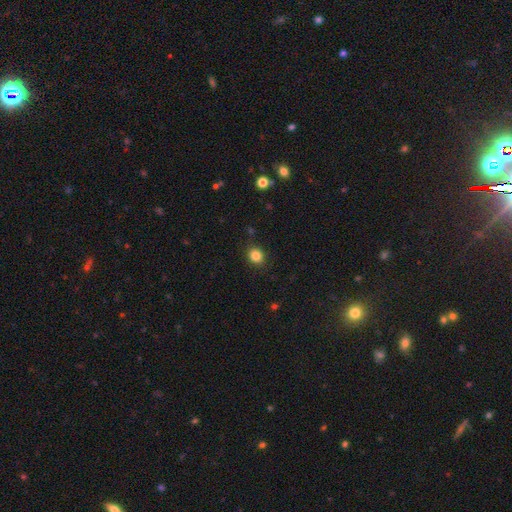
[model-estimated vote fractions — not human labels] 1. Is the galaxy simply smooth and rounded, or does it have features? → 84% smooth, 11% star or artifact, 4% featured or disk.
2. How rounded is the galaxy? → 79% round, 20% in between, 1% cigar-shaped.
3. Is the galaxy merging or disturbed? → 88% none, 8% minor disturbance, 2% major disturbance, 1% merger.